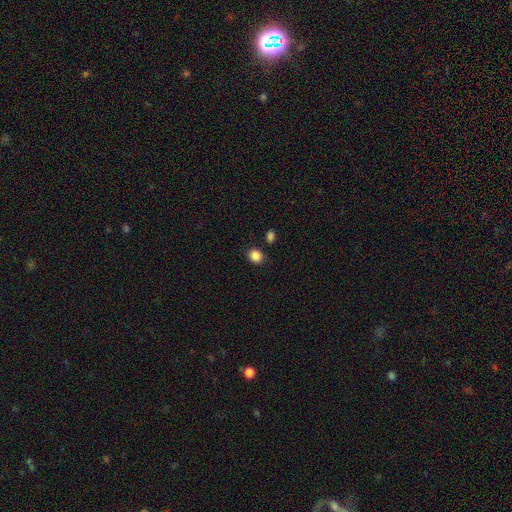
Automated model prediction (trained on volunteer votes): Morphology: type=smooth (86%); roundness=round (66%); merging=none (83%).